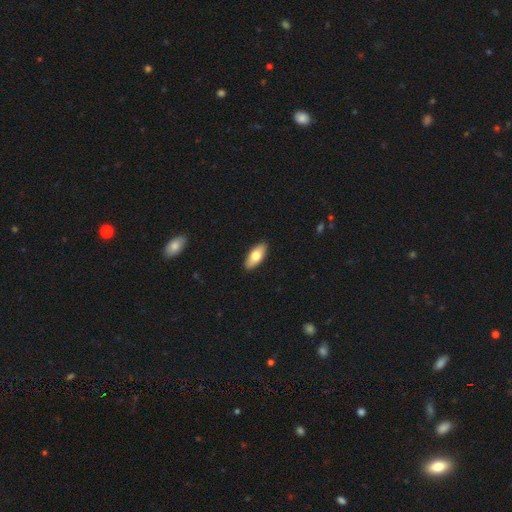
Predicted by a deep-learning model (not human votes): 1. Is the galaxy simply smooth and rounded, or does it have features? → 73% smooth, 21% featured or disk, 6% star or artifact.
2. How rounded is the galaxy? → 85% in between, 12% cigar-shaped, 3% round.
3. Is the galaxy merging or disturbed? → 90% none, 7% minor disturbance, 1% major disturbance, 1% merger.